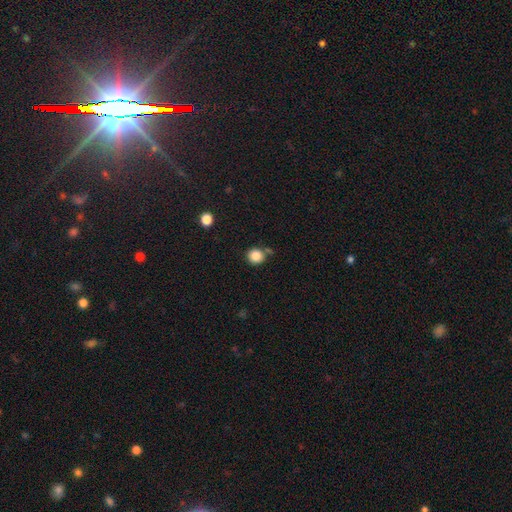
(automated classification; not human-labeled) Smooth or featured? Predicted: smooth (p=0.85). How rounded? Predicted: round (p=0.91). Merging? Predicted: none (p=0.75).